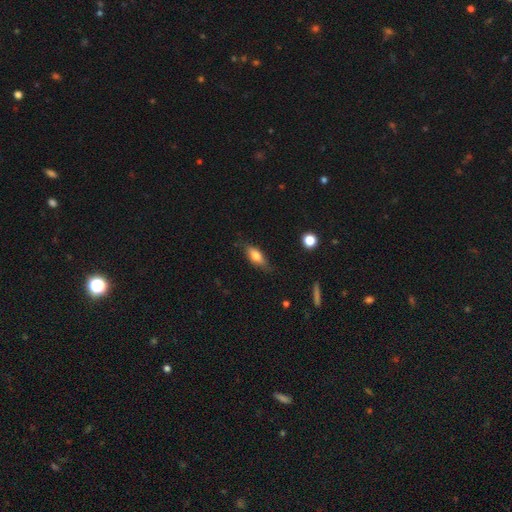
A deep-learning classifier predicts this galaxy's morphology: type=smooth (68%); roundness=in between (69%); merging=none (73%).